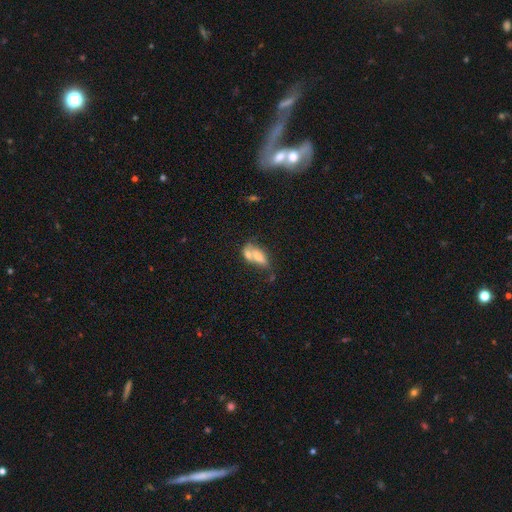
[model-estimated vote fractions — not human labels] Overall: smooth (65%; featured or disk 26%). How rounded: in between (75%). Merging: merger (56%; none 26%).